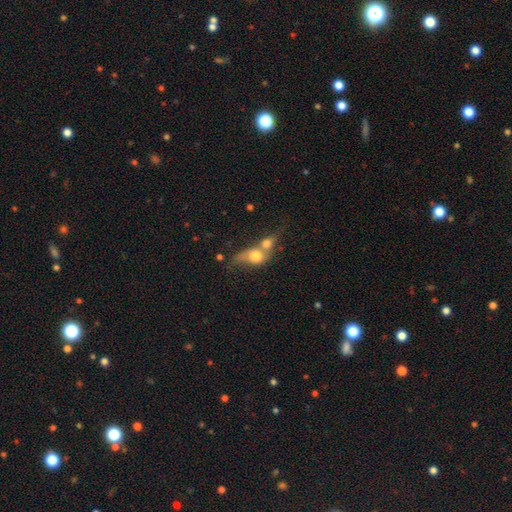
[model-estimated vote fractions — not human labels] Smooth or featured? smooth (65%)
How rounded? in between (47%, tied with round)
Merging? merger (78%)